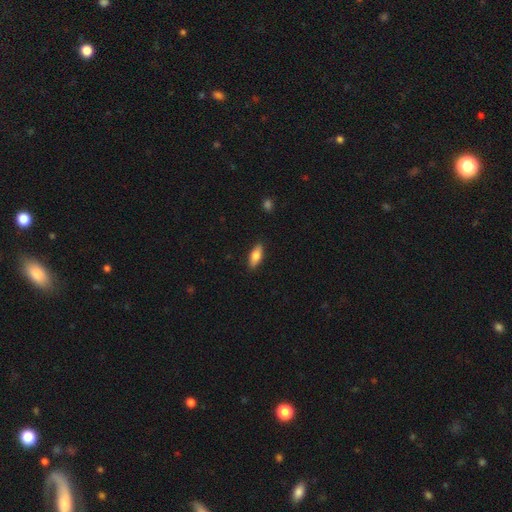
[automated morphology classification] smooth_or_featured: smooth (p=0.71) [alt: featured or disk p=0.23]
how_rounded: in between (p=0.73) [alt: cigar-shaped p=0.24]
merging: none (p=0.88) [alt: minor disturbance p=0.09]